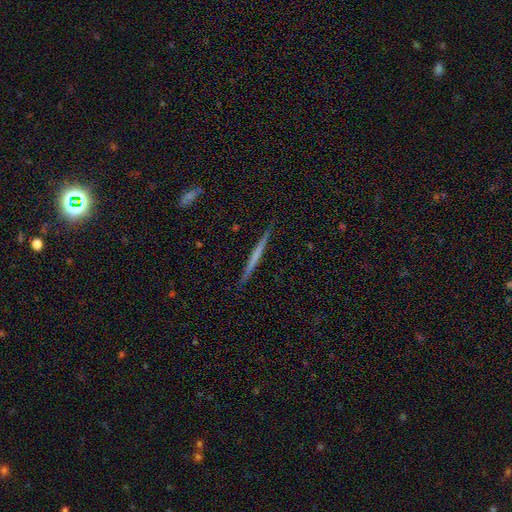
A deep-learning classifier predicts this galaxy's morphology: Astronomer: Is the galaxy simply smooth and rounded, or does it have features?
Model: featured or disk — 53% (runner-up: smooth, 41%).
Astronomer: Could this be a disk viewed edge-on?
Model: yes — 98%.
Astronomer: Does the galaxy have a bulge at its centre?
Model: none — 86%.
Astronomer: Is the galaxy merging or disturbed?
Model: none — 90%.